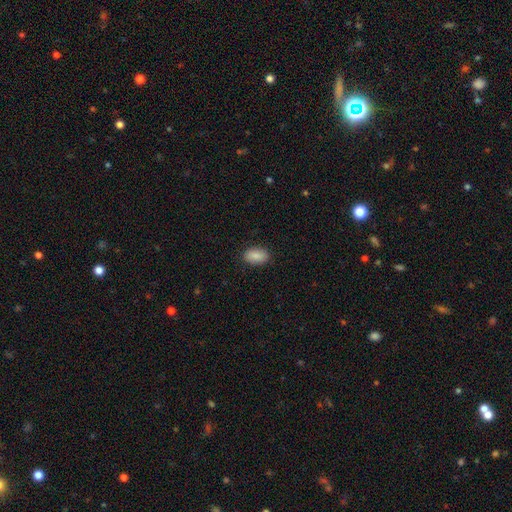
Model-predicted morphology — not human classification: Smooth or featured: smooth — 89% (star or artifact — 7%)
How rounded: in between — 92% (round — 6%)
Merging: none — 88% (minor disturbance — 9%)